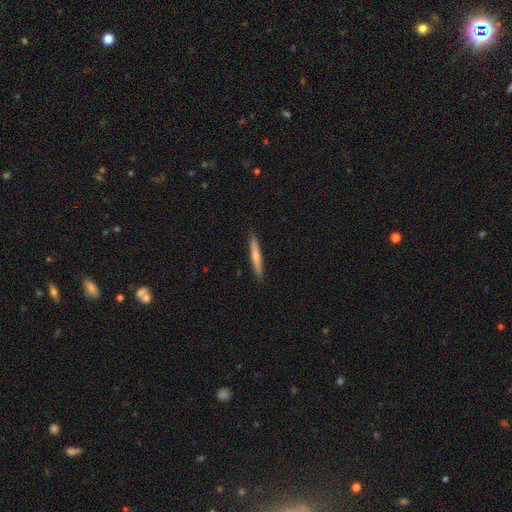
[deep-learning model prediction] smooth_or_featured: smooth (p=0.60) [alt: featured or disk p=0.34]
how_rounded: cigar-shaped (p=0.95) [alt: in between p=0.04]
merging: none (p=0.90) [alt: minor disturbance p=0.08]